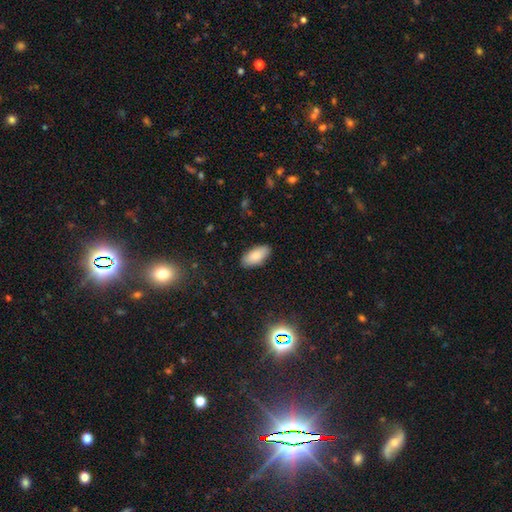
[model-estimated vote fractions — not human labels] Q: Smooth or featured?
A: smooth (86%); runner-up: featured or disk (7%)
Q: How rounded?
A: in between (92%); runner-up: cigar-shaped (6%)
Q: Merging?
A: none (88%); runner-up: minor disturbance (9%)